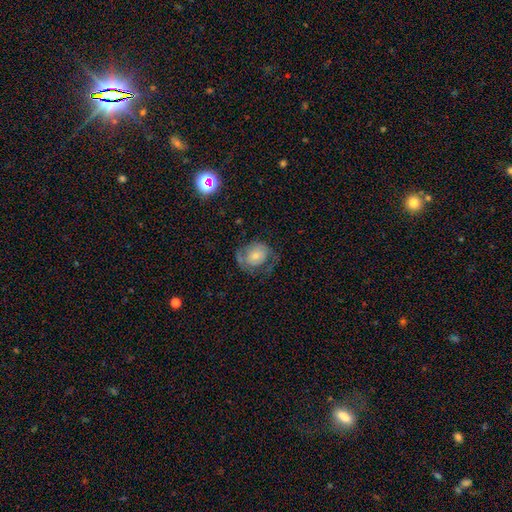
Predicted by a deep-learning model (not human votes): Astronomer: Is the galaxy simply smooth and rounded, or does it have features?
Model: smooth — 50% (runner-up: featured or disk, 43%).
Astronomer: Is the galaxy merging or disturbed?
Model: none — 47% (runner-up: minor disturbance, 26%).